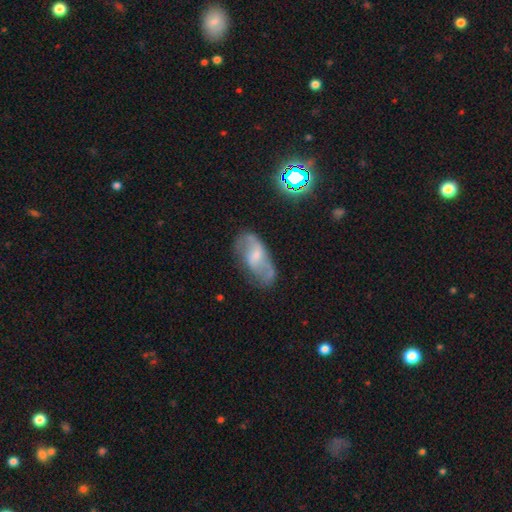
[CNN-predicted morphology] type=featured or disk (57%); edge-on=no (93%); bar=weak (46%); spiral arms=yes (66%); bulge=small (41%); merging=none (55%).